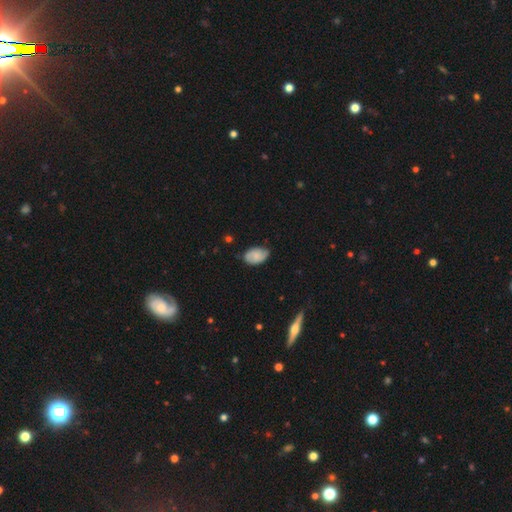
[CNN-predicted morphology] Smooth or featured? Predicted: smooth (p=0.68). How rounded? Predicted: in between (p=0.89). Merging? Predicted: none (p=0.69).